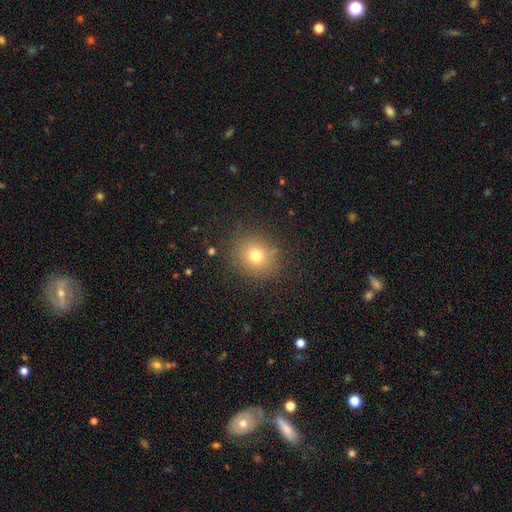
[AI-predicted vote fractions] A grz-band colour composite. It shows a smooth galaxy with no disk features (73%) that is round (86%). Merging: none (86%).